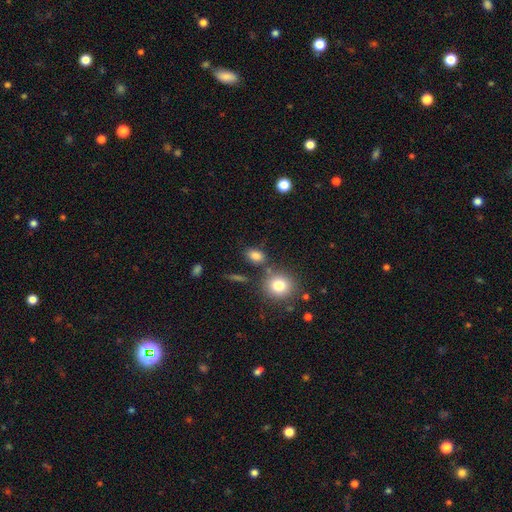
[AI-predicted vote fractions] Overall: smooth (82%). How rounded: in between (70%). Merging: none (71%).